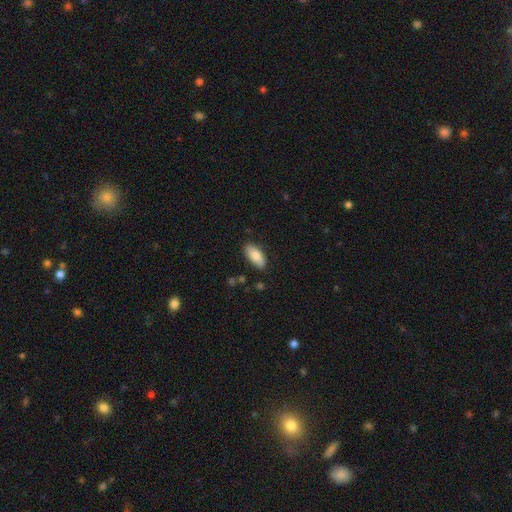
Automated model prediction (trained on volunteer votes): smooth-or-featured: smooth: 86% | featured or disk: 8% | star or artifact: 6%
  how-rounded: in between: 89% | cigar-shaped: 9% | round: 2%
  merging: none: 84% | minor disturbance: 12% | major disturbance: 2% | merger: 1%